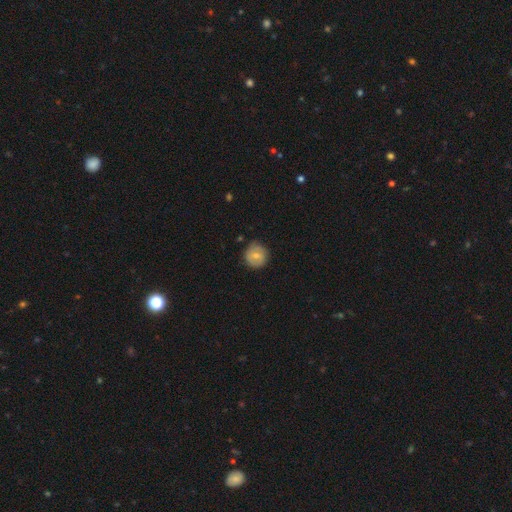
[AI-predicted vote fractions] smooth 68%, featured or disk 24%, star or artifact 8%. Down the decision tree: how rounded — round (90%); merging — none (79%).